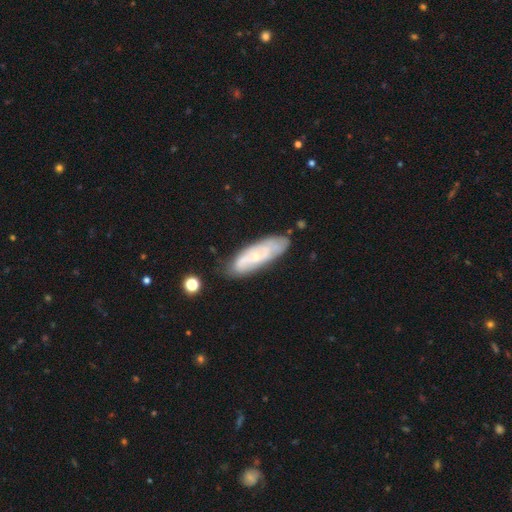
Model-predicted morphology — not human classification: smooth_or_featured: featured or disk (p=0.60) [alt: smooth p=0.33]
disk_edge_on: no (p=0.80) [alt: yes p=0.20]
merging: none (p=0.72) [alt: minor disturbance p=0.19]